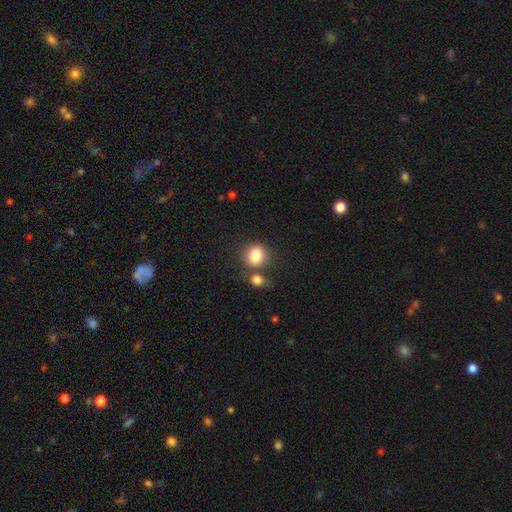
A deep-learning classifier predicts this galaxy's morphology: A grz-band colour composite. It shows a smooth galaxy with no disk features (84%) that is round (75%). Merging: none (61%).